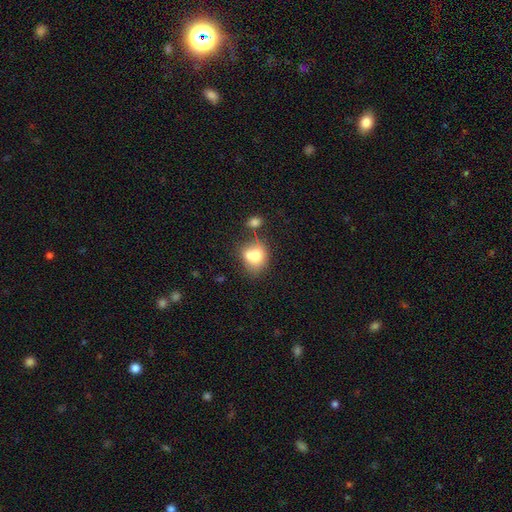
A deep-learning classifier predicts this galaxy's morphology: A smooth galaxy with no disk features (72%) that is round (55%). Merging: none (39%).